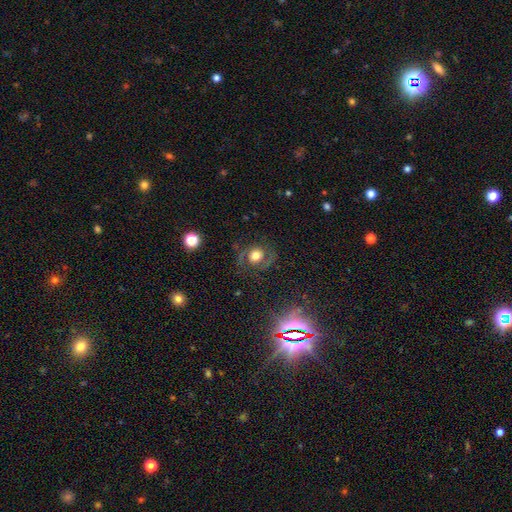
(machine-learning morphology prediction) Smooth or featured: featured or disk — 56% (smooth — 31%)
Edge-on disk: no — 96% (yes — 4%)
Bar: no — 72% (weak — 21%)
Spiral arms: yes — 78% (no — 22%)
Bulge size: moderate — 46% (large — 40%)
Merging: none — 73% (minor disturbance — 14%)